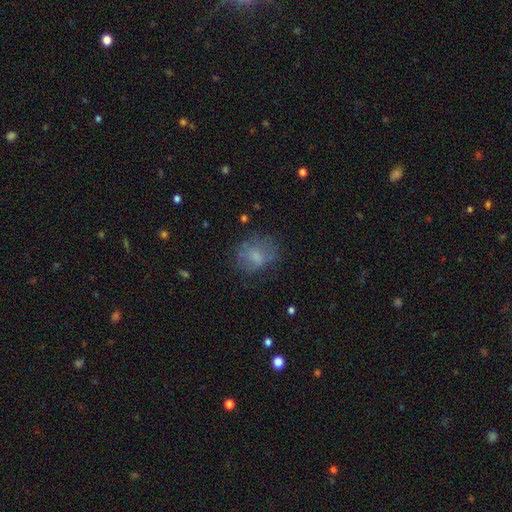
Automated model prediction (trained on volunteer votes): The model was most divided on "how rounded": round: 60%, in between: 39%, cigar-shaped: 1%. More confident: smooth or featured — smooth (62%); merging — none (60%).